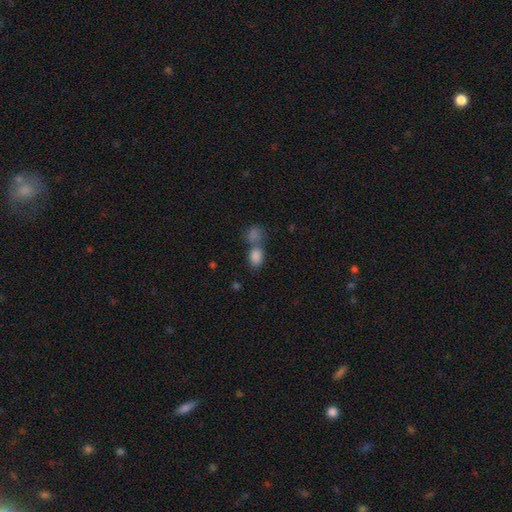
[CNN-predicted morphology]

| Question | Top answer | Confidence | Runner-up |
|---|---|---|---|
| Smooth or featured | smooth | 84% | star or artifact (10%) |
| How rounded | in between | 77% | round (21%) |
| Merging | merger | 50% | none (37%) |